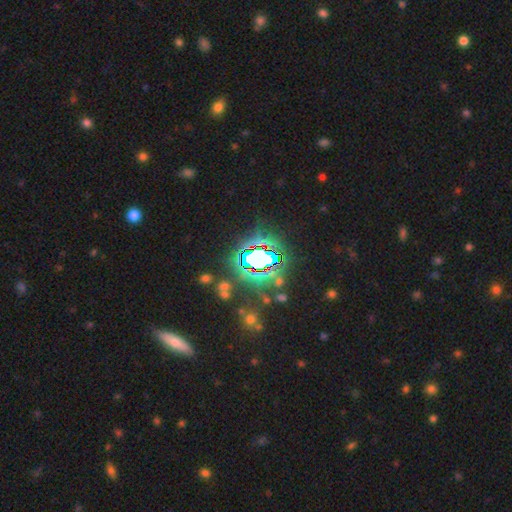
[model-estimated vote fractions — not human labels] The model was most divided on "smooth or featured": star or artifact: 71%, smooth: 16%, featured or disk: 12%.